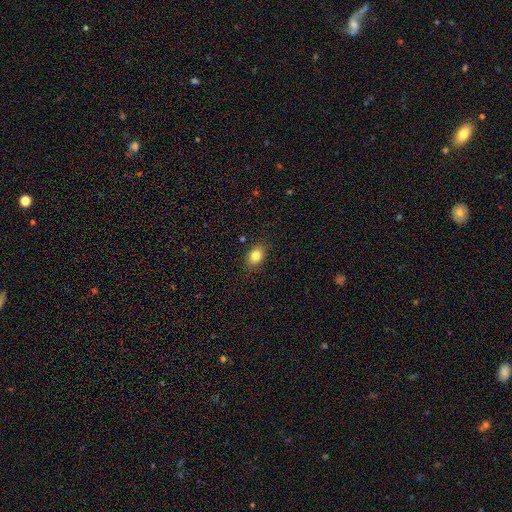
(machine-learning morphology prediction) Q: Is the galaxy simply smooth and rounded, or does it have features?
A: smooth — 82%.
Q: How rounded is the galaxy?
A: in between — 74%.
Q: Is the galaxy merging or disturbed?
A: none — 86%.